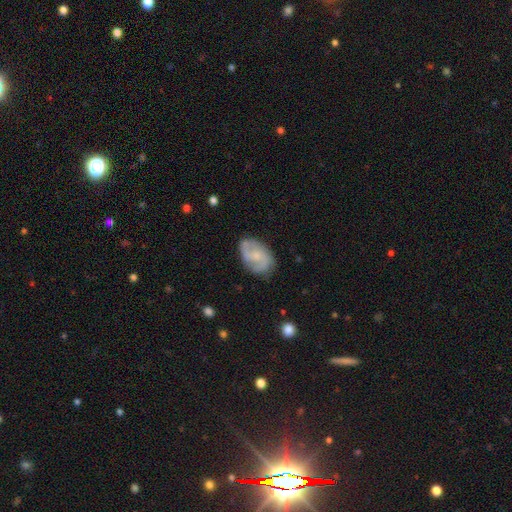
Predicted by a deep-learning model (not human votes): Smooth or featured?
  - featured or disk: 69% *
  - smooth: 24%
  - star or artifact: 7%
Edge-on disk?
  - no: 97% *
  - yes: 3%
Bar?
  - no: 57% *
  - weak: 37%
  - strong: 6%
Spiral arms?
  - yes: 90% *
  - no: 10%
Spiral winding?
  - medium: 46% *
  - tight: 27%
  - loose: 27%
Spiral arm count?
  - 2: 69% *
  - can't tell: 15%
  - 3: 9%
  - 1: 3%
  - 4: 2%
  - more than 4: 2%
Bulge size?
  - small: 57% *
  - moderate: 29%
  - none: 11%
  - large: 2%
  - dominant: 1%
Merging?
  - none: 73% *
  - minor disturbance: 19%
  - major disturbance: 6%
  - merger: 2%